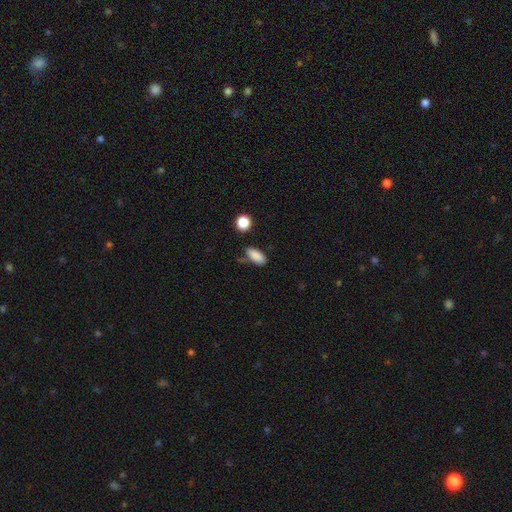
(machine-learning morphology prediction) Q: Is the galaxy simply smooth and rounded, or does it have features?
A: smooth — 87%.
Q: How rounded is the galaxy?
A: in between — 87%.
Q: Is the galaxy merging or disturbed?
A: none — 69%.